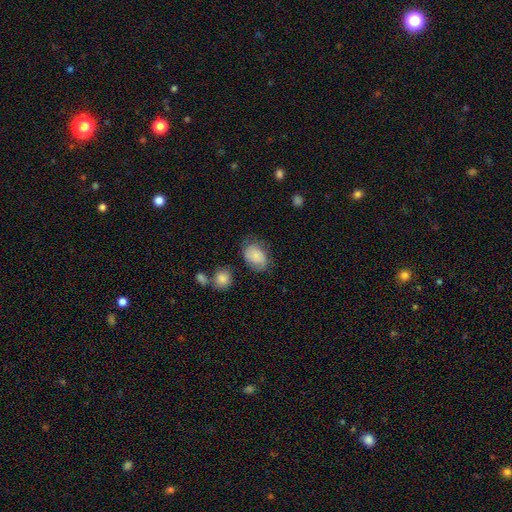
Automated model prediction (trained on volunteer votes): This appears to be a smooth galaxy with no disk features (79%) that is in between round and cigar-shaped (81%). Merging: none (63%).